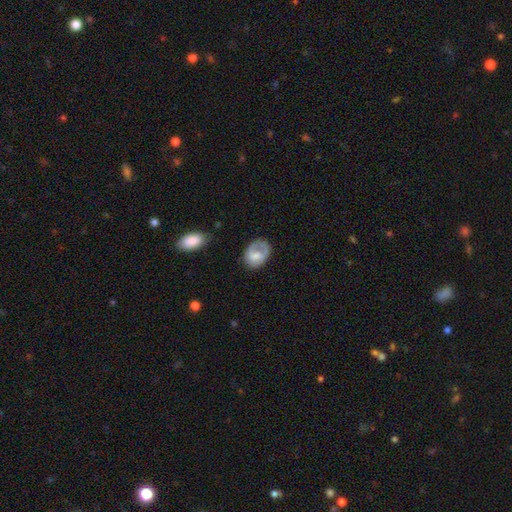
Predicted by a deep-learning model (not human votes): Smooth or featured: smooth — 59% (featured or disk — 34%)
How rounded: in between — 63% (round — 36%)
Merging: none — 49% (minor disturbance — 28%)